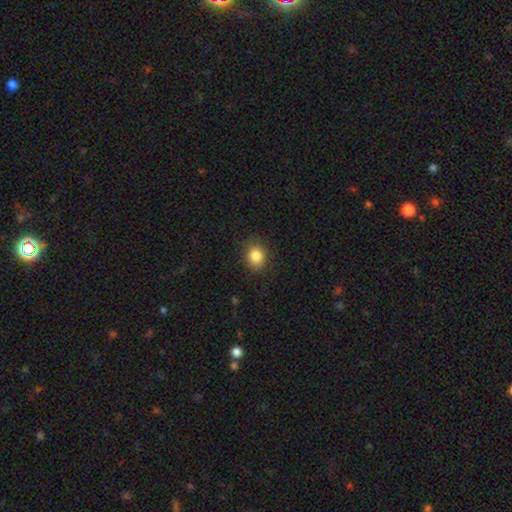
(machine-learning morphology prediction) Smooth or featured?
  - smooth: 85% *
  - star or artifact: 10%
  - featured or disk: 5%
How rounded?
  - round: 69% *
  - in between: 31%
  - cigar-shaped: 1%
Merging?
  - none: 87% *
  - minor disturbance: 10%
  - major disturbance: 3%
  - merger: 1%